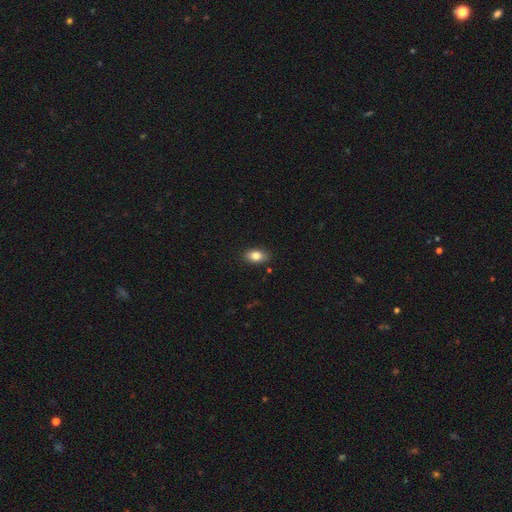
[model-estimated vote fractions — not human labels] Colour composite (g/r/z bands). It shows a smooth galaxy with no disk features (82%) that is in between round and cigar-shaped (85%). Merging: none (87%).